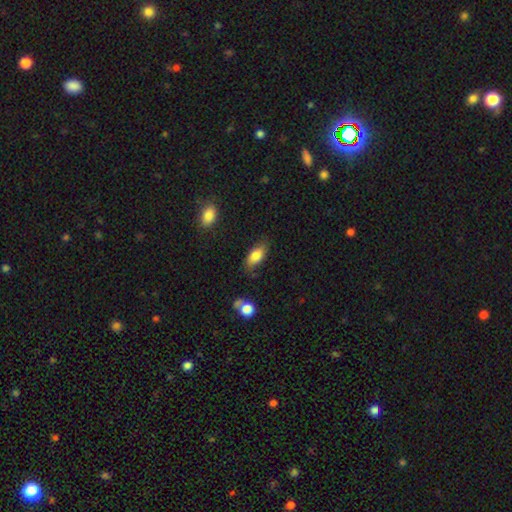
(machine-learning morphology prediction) Smooth or featured?
  - smooth: 78% *
  - featured or disk: 15%
  - star or artifact: 7%
How rounded?
  - in between: 86% *
  - cigar-shaped: 9%
  - round: 4%
Merging?
  - none: 72% *
  - minor disturbance: 20%
  - major disturbance: 5%
  - merger: 3%